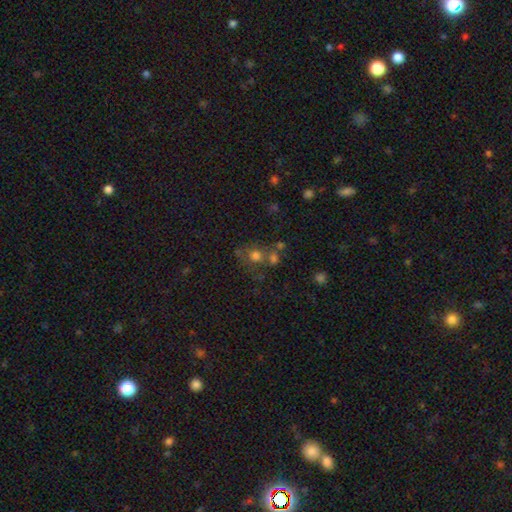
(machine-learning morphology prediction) Smooth or featured: smooth — 67% (star or artifact — 19%)
How rounded: round — 78% (in between — 21%)
Merging: none — 50% (merger — 30%)